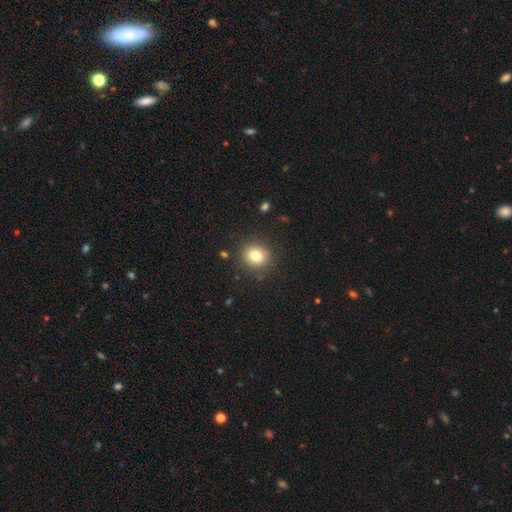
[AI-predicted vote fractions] A smooth galaxy with no disk features (82%) that is round (84%).

Vote fractions:
- Smooth or featured? smooth: 82% / star or artifact: 11% / featured or disk: 7%
- How rounded? round: 84% / in between: 15% / cigar-shaped: 1%
- Merging? none: 87% / minor disturbance: 8% / major disturbance: 3% / merger: 2%